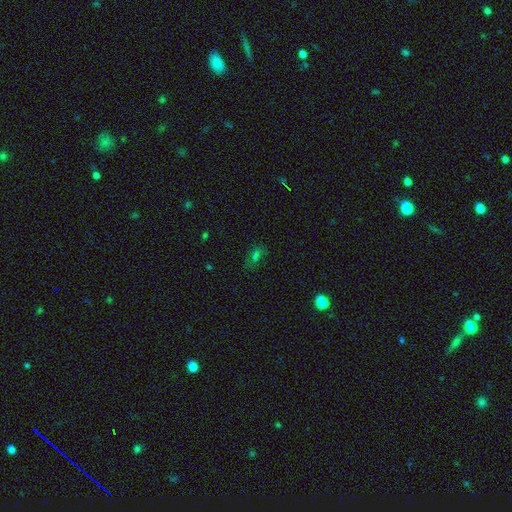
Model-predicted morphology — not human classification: The model was most divided on "smooth or featured": smooth: 50%, star or artifact: 36%, featured or disk: 14%. More confident: merging — none (68%).